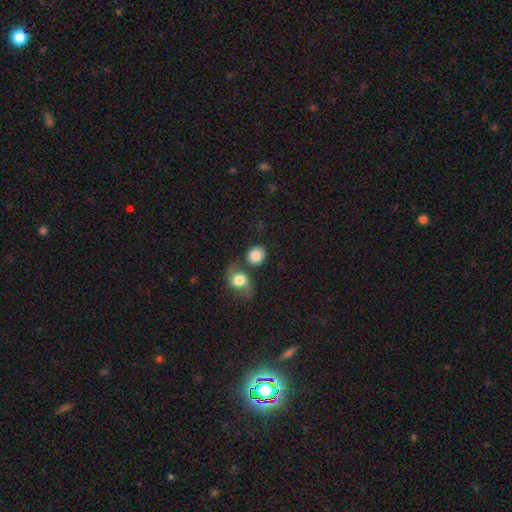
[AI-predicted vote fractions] Q: Smooth or featured?
A: smooth (83%); runner-up: featured or disk (10%)
Q: How rounded?
A: round (77%); runner-up: in between (22%)
Q: Merging?
A: none (59%); runner-up: merger (24%)